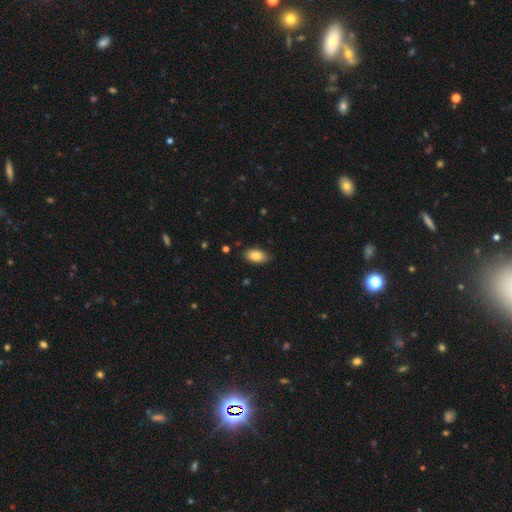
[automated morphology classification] Smooth or featured: smooth — 84% (featured or disk — 9%)
How rounded: in between — 93% (round — 4%)
Merging: none — 82% (minor disturbance — 14%)